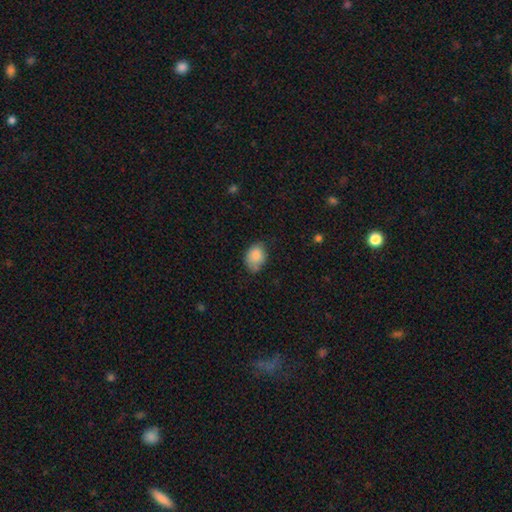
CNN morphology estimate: type=smooth (85%); roundness=in between (72%); merging=none (59%).